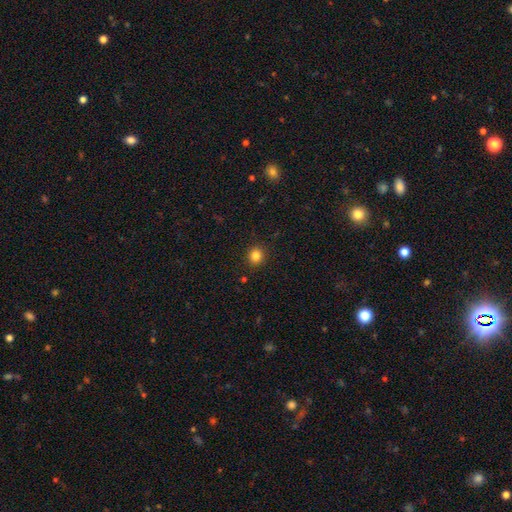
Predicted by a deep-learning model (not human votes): Smooth or featured? smooth (84%)
How rounded? round (88%)
Merging? none (91%)